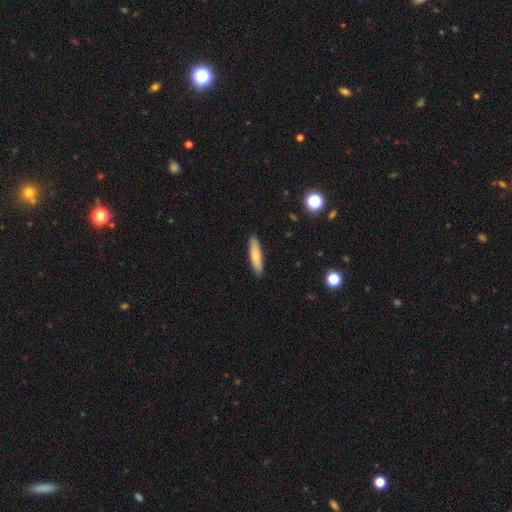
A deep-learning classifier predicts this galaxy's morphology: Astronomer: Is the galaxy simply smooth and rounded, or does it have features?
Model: smooth — 75%.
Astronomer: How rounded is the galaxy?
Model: cigar-shaped — 77%.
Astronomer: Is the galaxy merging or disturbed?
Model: none — 90%.